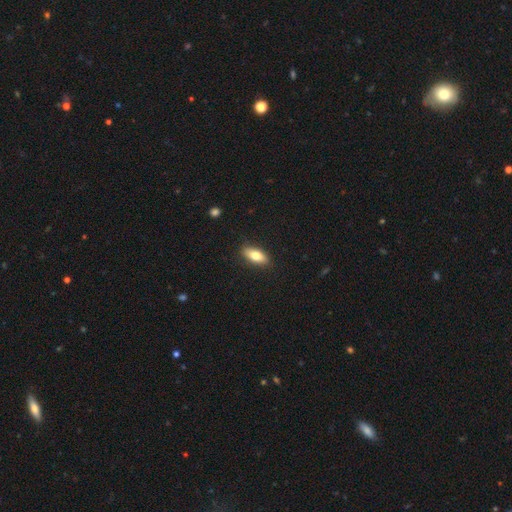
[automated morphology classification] Q: Smooth or featured?
A: smooth (75%); runner-up: featured or disk (19%)
Q: How rounded?
A: in between (81%); runner-up: cigar-shaped (16%)
Q: Merging?
A: none (88%); runner-up: minor disturbance (9%)